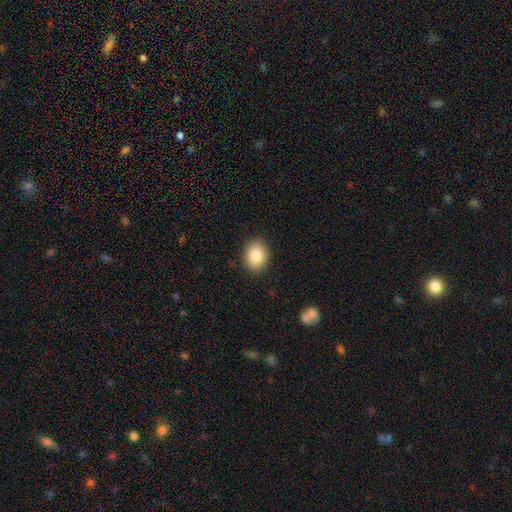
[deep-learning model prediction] This appears to be a smooth galaxy with no disk features (85%) that is in between round and cigar-shaped (59%). Merging: none (89%).